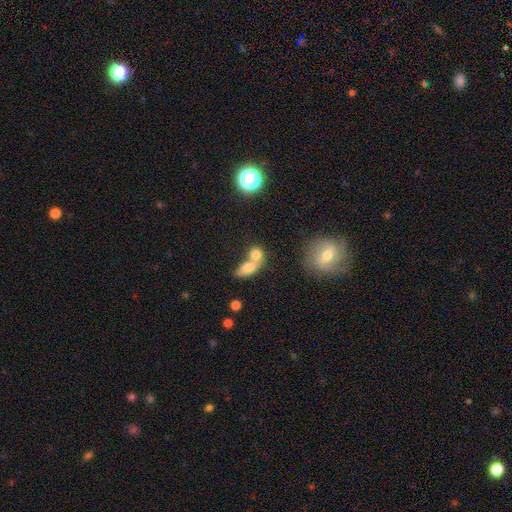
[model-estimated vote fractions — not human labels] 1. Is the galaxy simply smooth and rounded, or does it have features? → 75% smooth, 14% featured or disk, 11% star or artifact.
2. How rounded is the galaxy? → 51% in between, 45% round, 4% cigar-shaped.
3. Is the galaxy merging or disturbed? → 68% merger, 22% none, 6% minor disturbance, 4% major disturbance.